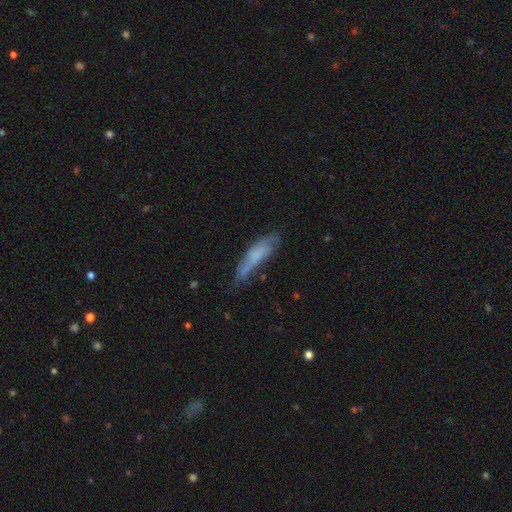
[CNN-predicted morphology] smooth_or_featured: smooth (p=0.58) [alt: featured or disk p=0.34]
how_rounded: cigar-shaped (p=0.71) [alt: in between p=0.28]
merging: none (p=0.50) [alt: minor disturbance p=0.31]